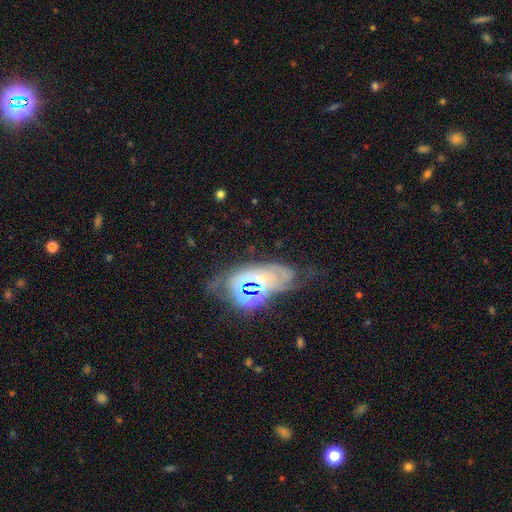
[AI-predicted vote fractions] Overall: featured or disk (39%; star or artifact 37%). Merging: none (51%; minor disturbance 20%).